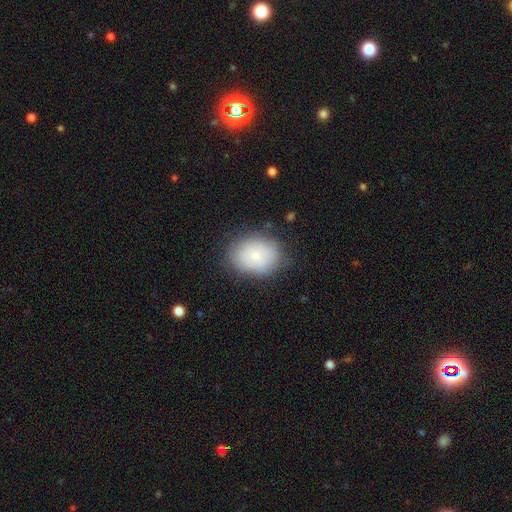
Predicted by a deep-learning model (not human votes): This is likely a smooth galaxy (76%). How rounded: likely in between (63%). Merging: likely none (78%).